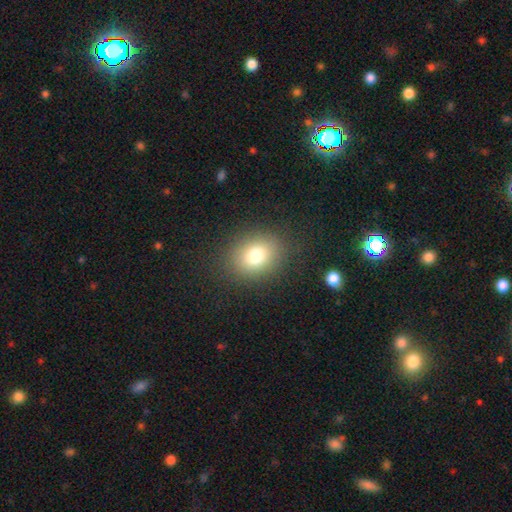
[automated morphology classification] smooth_or_featured: smooth (p=0.77) [alt: star or artifact p=0.13]
how_rounded: round (p=0.52) [alt: in between p=0.47]
merging: none (p=0.87) [alt: minor disturbance p=0.08]